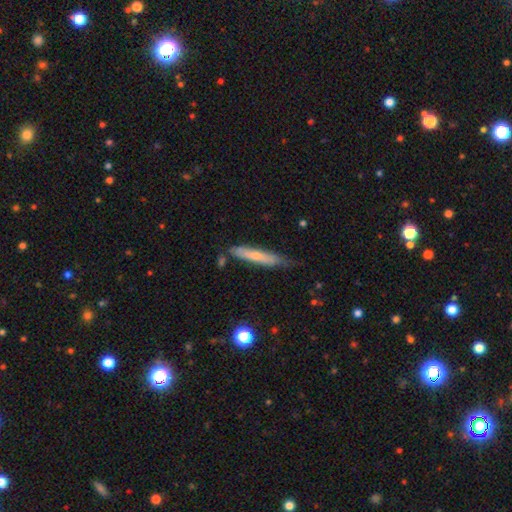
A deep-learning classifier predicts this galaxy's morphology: Smooth or featured? Predicted: smooth (p=0.54). How rounded? Predicted: cigar-shaped (p=0.90). Merging? Predicted: none (p=0.66).